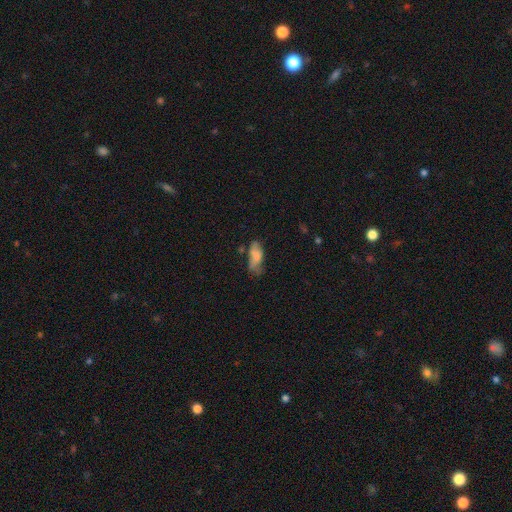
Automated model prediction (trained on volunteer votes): smooth 71%, featured or disk 19%, star or artifact 10%. Down the decision tree: how rounded — in between (78%); merging — none (35%).